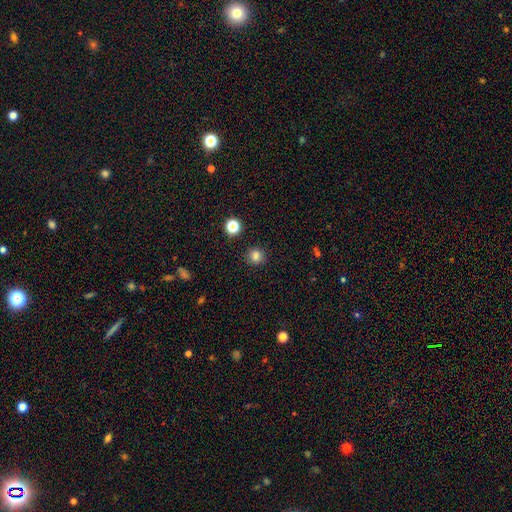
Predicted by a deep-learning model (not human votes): smooth_or_featured: smooth (p=0.82) [alt: star or artifact p=0.13]
how_rounded: round (p=0.88) [alt: in between p=0.11]
merging: none (p=0.90) [alt: minor disturbance p=0.06]